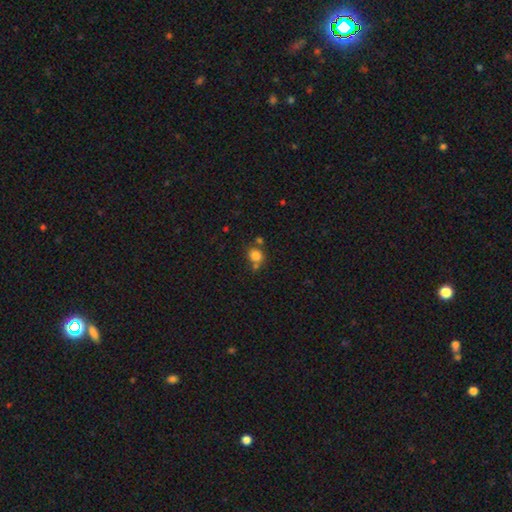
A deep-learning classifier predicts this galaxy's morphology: Smooth or featured? Predicted: smooth (p=0.81). How rounded? Predicted: round (p=0.76). Merging? Predicted: none (p=0.59).